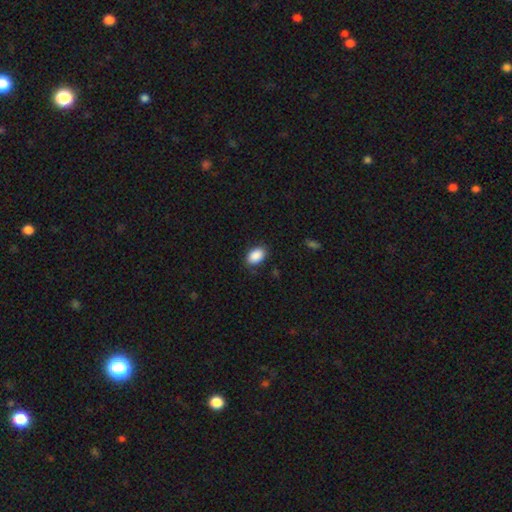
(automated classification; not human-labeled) smooth-or-featured: smooth: 89% | star or artifact: 7% | featured or disk: 3%
  how-rounded: in between: 88% | round: 11% | cigar-shaped: 1%
  merging: none: 84% | minor disturbance: 12% | major disturbance: 3% | merger: 1%